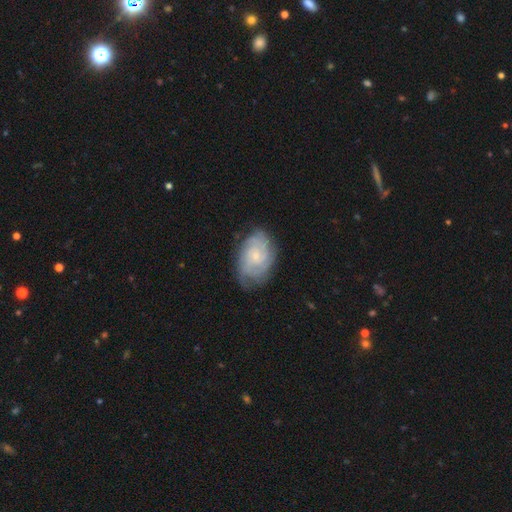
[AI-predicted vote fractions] featured or disk 76%, smooth 17%, star or artifact 7%. Down the decision tree: edge-on disk — no (97%); bar — no (75%); spiral arms — yes (95%); spiral arm count — can't tell (39%); spiral winding — tight (70%); bulge size — small (73%); merging — none (72%).